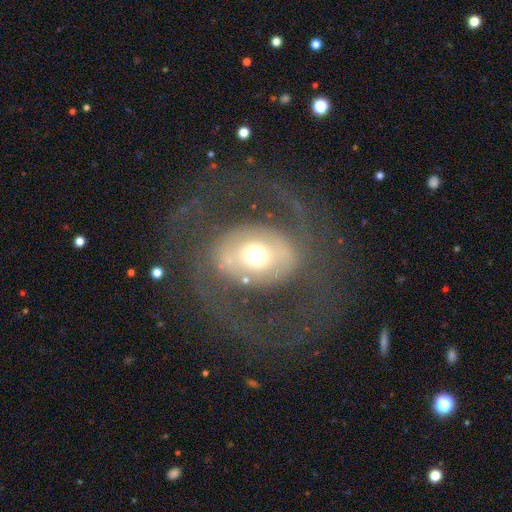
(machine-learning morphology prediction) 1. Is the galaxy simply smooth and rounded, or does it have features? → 60% featured or disk, 32% smooth, 9% star or artifact.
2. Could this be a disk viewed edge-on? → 95% no, 5% yes.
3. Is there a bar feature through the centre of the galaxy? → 65% no, 20% weak, 15% strong.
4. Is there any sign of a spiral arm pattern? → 53% no, 47% yes.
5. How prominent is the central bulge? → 61% moderate, 24% large, 8% small, 6% dominant, 1% none.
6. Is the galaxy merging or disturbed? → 59% none, 26% major disturbance, 13% minor disturbance, 2% merger.